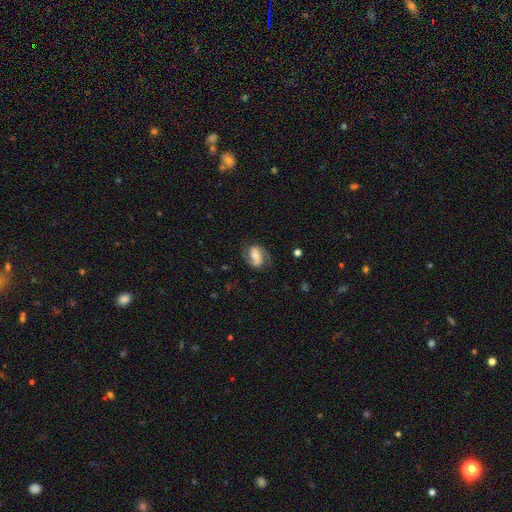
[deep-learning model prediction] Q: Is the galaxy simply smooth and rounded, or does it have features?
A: featured or disk — 75%.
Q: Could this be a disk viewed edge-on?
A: no — 97%.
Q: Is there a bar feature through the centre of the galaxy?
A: weak — 39%.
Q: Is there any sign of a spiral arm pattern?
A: yes — 94%.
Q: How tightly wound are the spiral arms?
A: medium — 47%.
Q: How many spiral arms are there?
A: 2 — 88%.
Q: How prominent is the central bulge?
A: moderate — 49%.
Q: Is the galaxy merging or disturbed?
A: none — 73%.